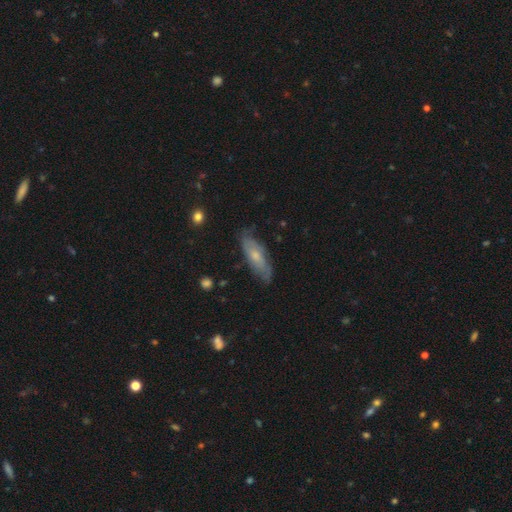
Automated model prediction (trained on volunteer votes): Q: Smooth or featured?
A: featured or disk (50%); runner-up: smooth (43%)
Q: Merging?
A: none (73%); runner-up: minor disturbance (20%)